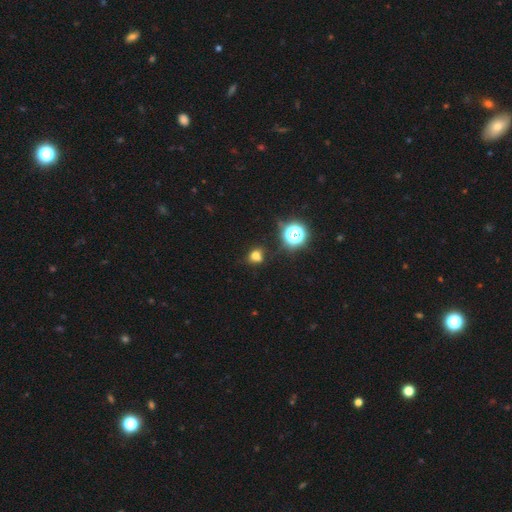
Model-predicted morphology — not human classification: A smooth galaxy with no disk features (68%) that is round (61%).

Vote fractions:
- Smooth or featured? smooth: 68% / star or artifact: 24% / featured or disk: 8%
- How rounded? round: 61% / in between: 38% / cigar-shaped: 1%
- Merging? none: 64% / minor disturbance: 18% / merger: 12% / major disturbance: 6%